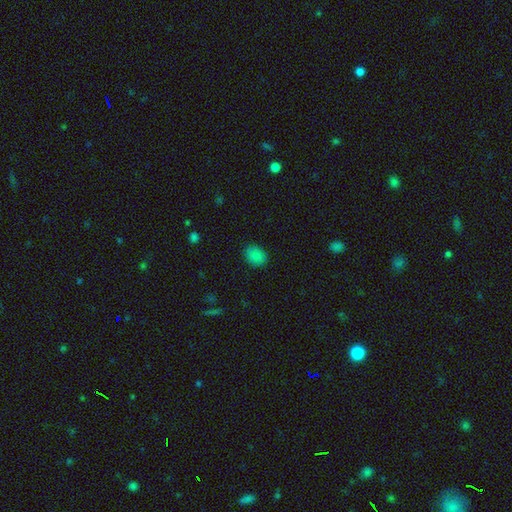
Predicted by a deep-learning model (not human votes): Q: Smooth or featured?
A: smooth (85%); runner-up: star or artifact (11%)
Q: How rounded?
A: in between (62%); runner-up: round (37%)
Q: Merging?
A: none (86%); runner-up: minor disturbance (10%)